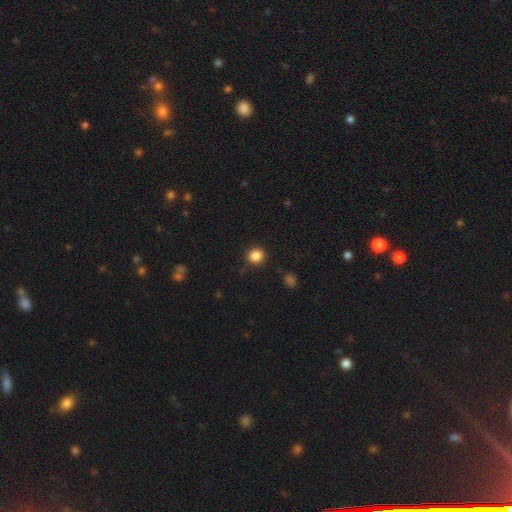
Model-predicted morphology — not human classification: Smooth or featured: smooth — 86% (star or artifact — 11%)
How rounded: round — 88% (in between — 11%)
Merging: none — 89% (minor disturbance — 7%)